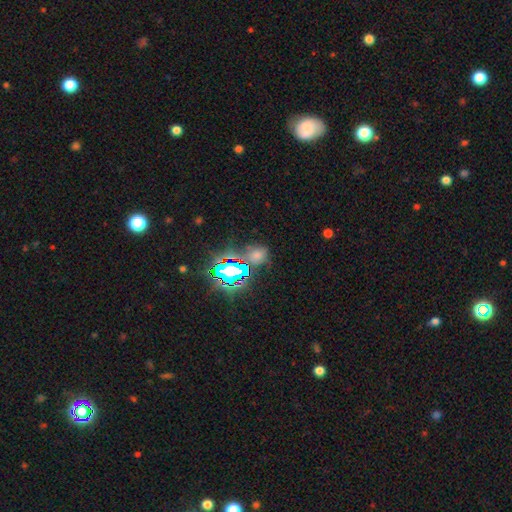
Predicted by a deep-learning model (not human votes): Morphology: type=star or artifact (63%).